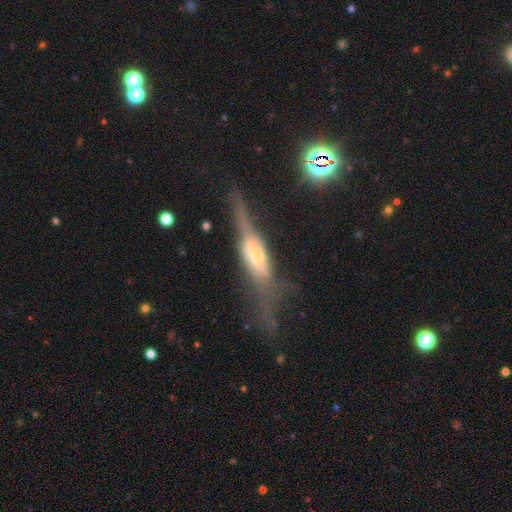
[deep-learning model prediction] This appears to be a featured or disk galaxy (76%) viewed edge-on (86%) with a rounded central bulge (56%). Merging: none (46%).